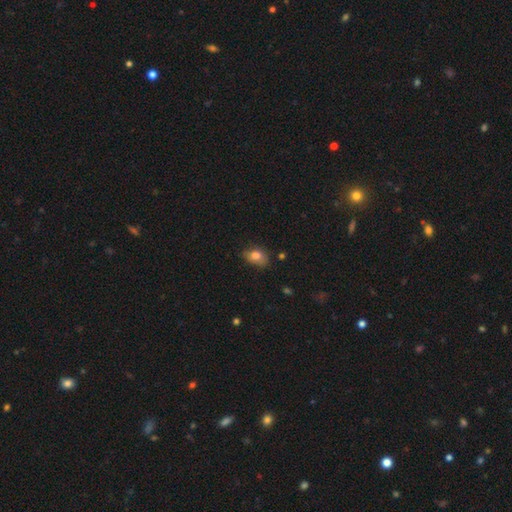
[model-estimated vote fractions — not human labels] The model was most divided on "merging": none: 61%, minor disturbance: 29%, major disturbance: 7%, merger: 3%. More confident: smooth or featured — smooth (79%); how rounded — in between (76%).